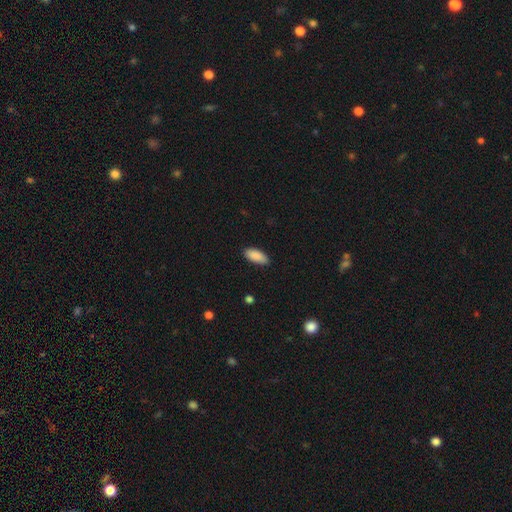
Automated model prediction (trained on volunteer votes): Smooth or featured? smooth (90%)
How rounded? in between (87%)
Merging? none (85%)